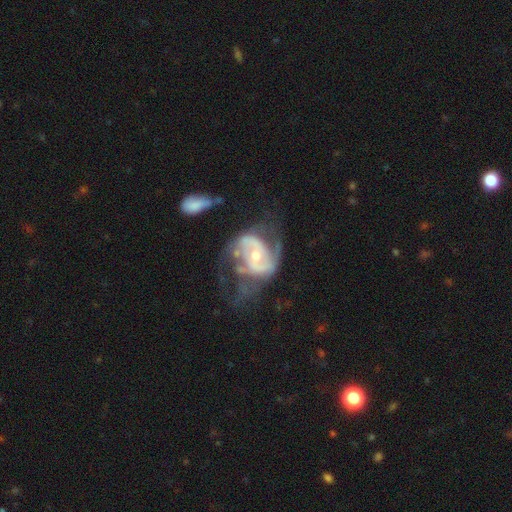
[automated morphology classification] type=featured or disk (85%); edge-on=no (97%); bar=no (46%); spiral arms=yes (88%); winding=medium (45%); arm count=2 (70%); bulge=moderate (49%); merging=none (39%).